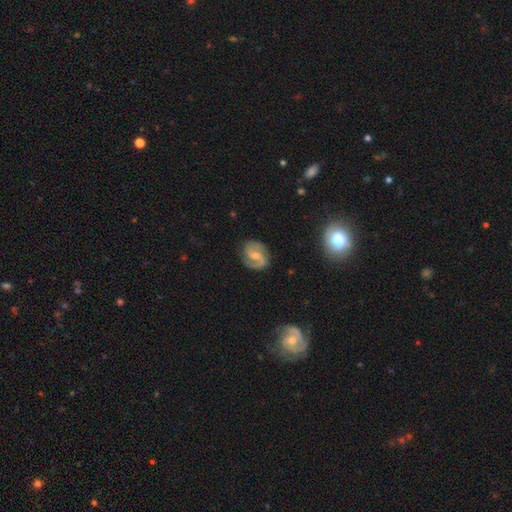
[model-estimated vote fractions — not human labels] Smooth or featured? Predicted: featured or disk (p=0.85). Edge-on disk? Predicted: no (p=0.98). Bar? Predicted: weak (p=0.54). Spiral arms? Predicted: yes (p=0.97). Spiral winding? Predicted: medium (p=0.54). Spiral arm count? Predicted: 2 (p=0.91). Bulge size? Predicted: moderate (p=0.46). Merging? Predicted: none (p=0.82).